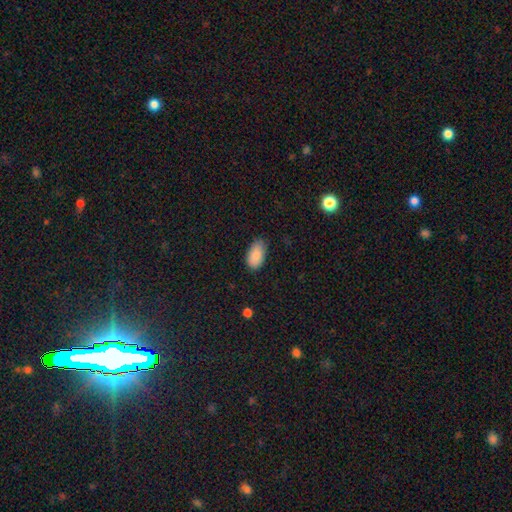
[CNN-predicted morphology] Overall: smooth (88%). How rounded: in between (94%). Merging: none (74%).